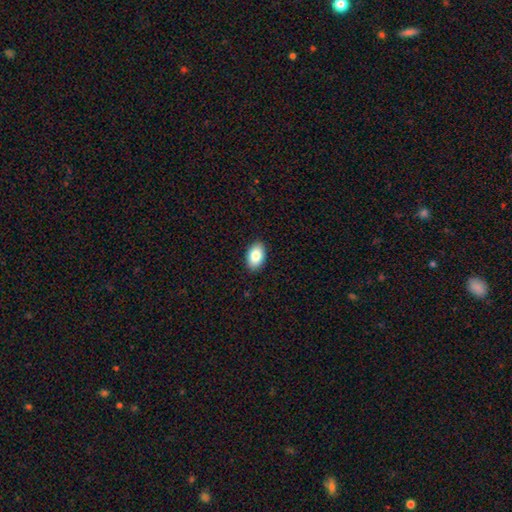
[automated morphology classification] smooth_or_featured: smooth (p=0.84) [alt: featured or disk p=0.09]
how_rounded: in between (p=0.92) [alt: round p=0.07]
merging: none (p=0.90) [alt: minor disturbance p=0.07]